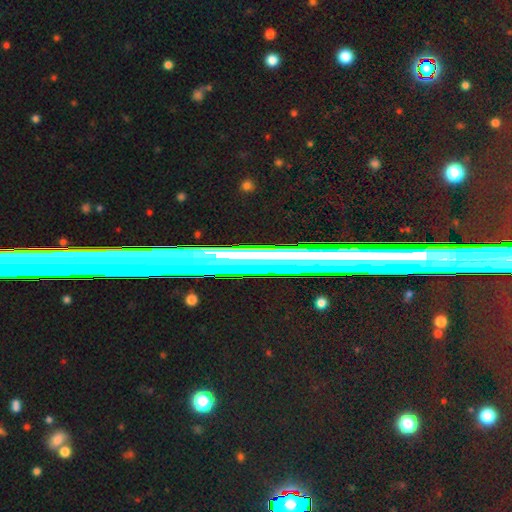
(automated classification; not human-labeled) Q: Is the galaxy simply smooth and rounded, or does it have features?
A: star or artifact — 53%.